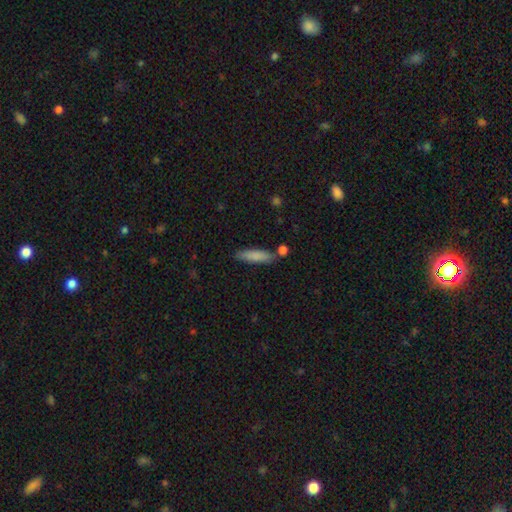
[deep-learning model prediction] smooth_or_featured: smooth (p=0.81) [alt: featured or disk p=0.13]
how_rounded: cigar-shaped (p=0.74) [alt: in between p=0.25]
merging: none (p=0.78) [alt: minor disturbance p=0.12]